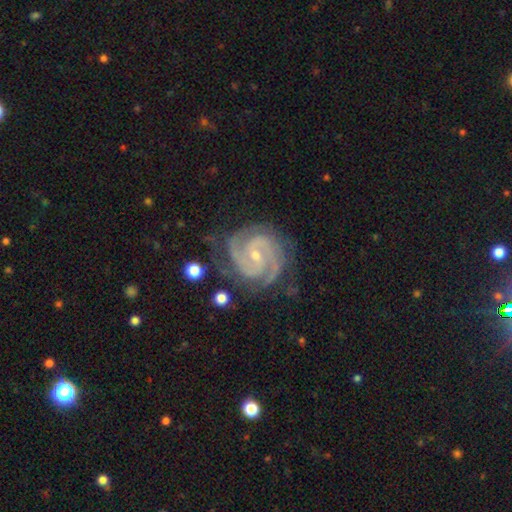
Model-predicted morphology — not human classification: A featured or disk galaxy (93%) with no bar (47%), 2 (44%) tight (69%) spiral arms (99%) and a small central bulge (67%). Merging: none (76%).